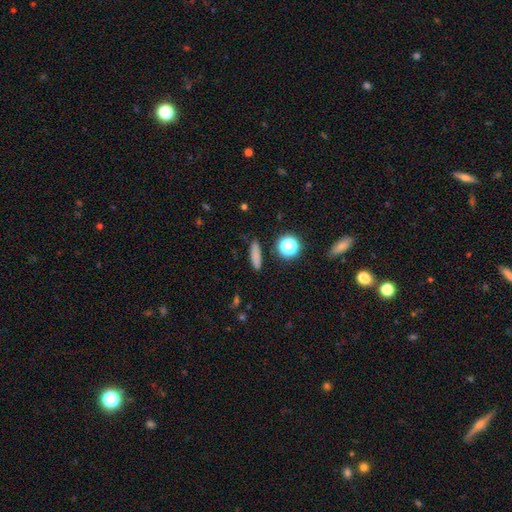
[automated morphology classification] smooth_or_featured: smooth (p=0.78) [alt: star or artifact p=0.14]
how_rounded: cigar-shaped (p=0.67) [alt: in between p=0.24]
merging: none (p=0.85) [alt: minor disturbance p=0.10]